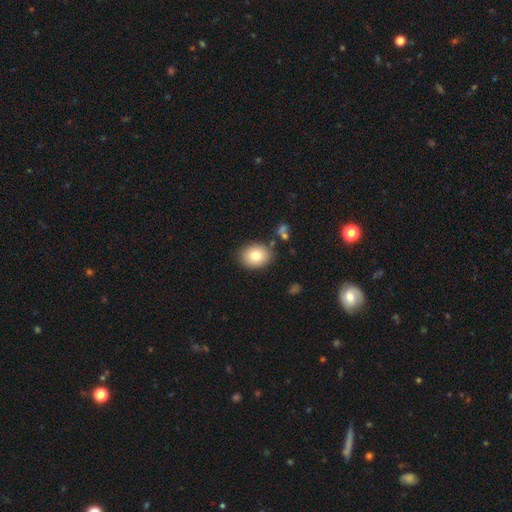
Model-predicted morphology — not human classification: Q: Smooth or featured?
A: smooth (80%); runner-up: featured or disk (11%)
Q: How rounded?
A: round (51%); runner-up: in between (48%)
Q: Merging?
A: none (84%); runner-up: minor disturbance (10%)